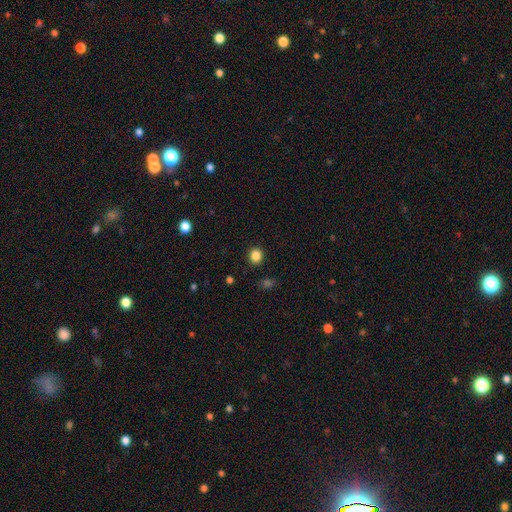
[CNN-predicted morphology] Smooth or featured? smooth (85%)
How rounded? round (83%)
Merging? none (91%)